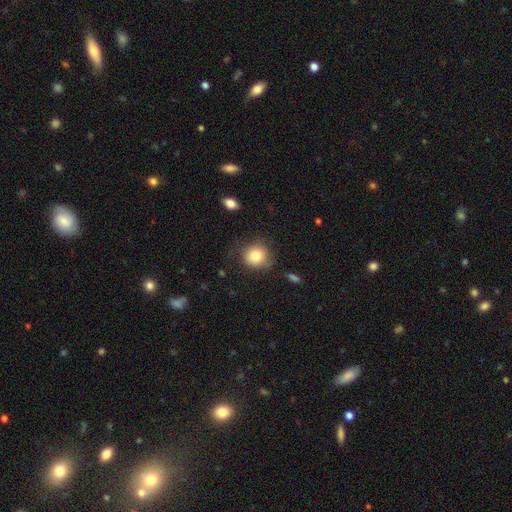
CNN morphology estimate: Smooth or featured?
  - smooth: 81% *
  - star or artifact: 10%
  - featured or disk: 9%
How rounded?
  - round: 84% *
  - in between: 15%
  - cigar-shaped: 1%
Merging?
  - none: 72% *
  - minor disturbance: 20%
  - major disturbance: 6%
  - merger: 2%